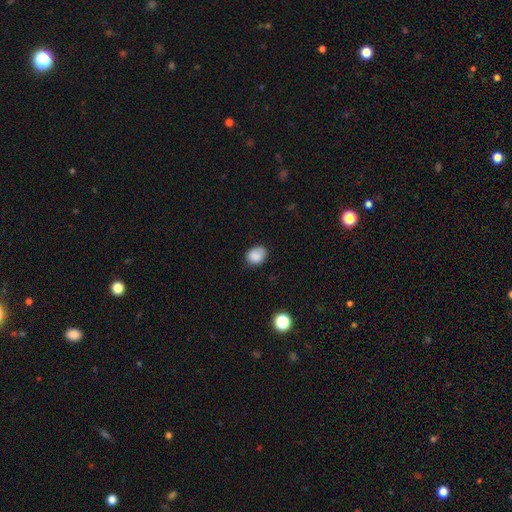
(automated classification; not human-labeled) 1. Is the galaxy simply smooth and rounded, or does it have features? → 86% smooth, 9% star or artifact, 5% featured or disk.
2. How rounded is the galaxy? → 56% in between, 43% round, 1% cigar-shaped.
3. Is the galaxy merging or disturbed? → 75% none, 20% minor disturbance, 4% major disturbance, 1% merger.